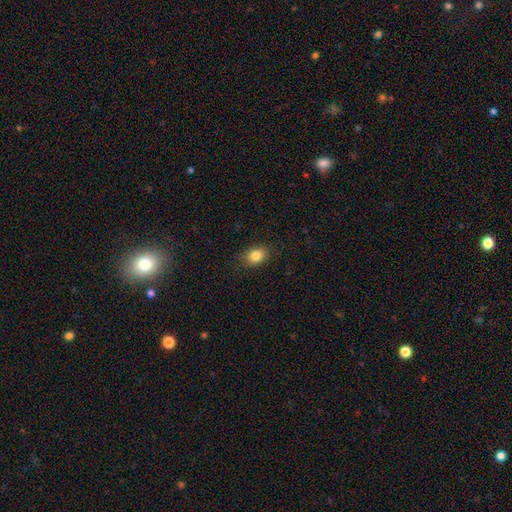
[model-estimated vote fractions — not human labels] Smooth or featured?
  - smooth: 84% *
  - star or artifact: 9%
  - featured or disk: 7%
How rounded?
  - in between: 69% *
  - round: 30%
  - cigar-shaped: 1%
Merging?
  - none: 85% *
  - minor disturbance: 11%
  - major disturbance: 3%
  - merger: 1%